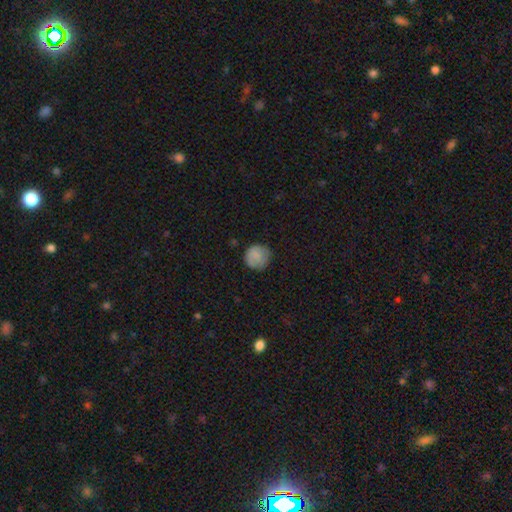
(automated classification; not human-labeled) Smooth or featured?
  - smooth: 84% *
  - featured or disk: 8%
  - star or artifact: 8%
How rounded?
  - round: 93% *
  - in between: 6%
  - cigar-shaped: 1%
Merging?
  - none: 77% *
  - minor disturbance: 17%
  - major disturbance: 4%
  - merger: 1%